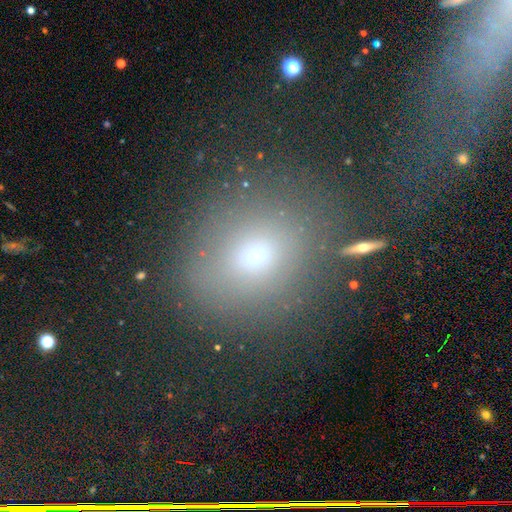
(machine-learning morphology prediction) smooth_or_featured: smooth (p=0.65) [alt: star or artifact p=0.22]
how_rounded: round (p=0.70) [alt: in between p=0.28]
merging: none (p=0.78) [alt: minor disturbance p=0.12]